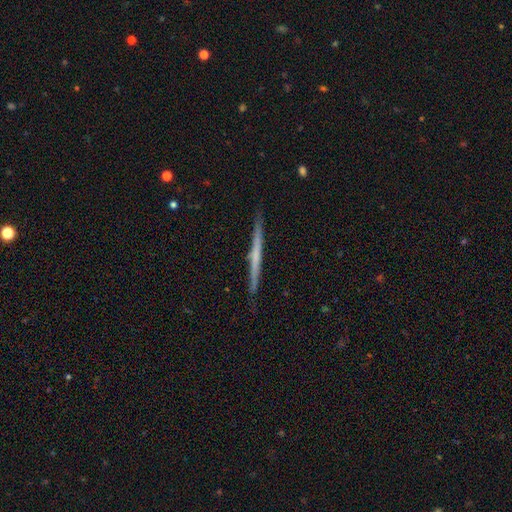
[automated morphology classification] smooth-or-featured: featured or disk: 58% | smooth: 36% | star or artifact: 5%
  disk-edge-on: yes: 98% | no: 2%
    edge-on-bulge: none: 81% | rounded: 13% | boxy: 6%
  merging: none: 91% | minor disturbance: 7% | major disturbance: 1% | merger: 1%